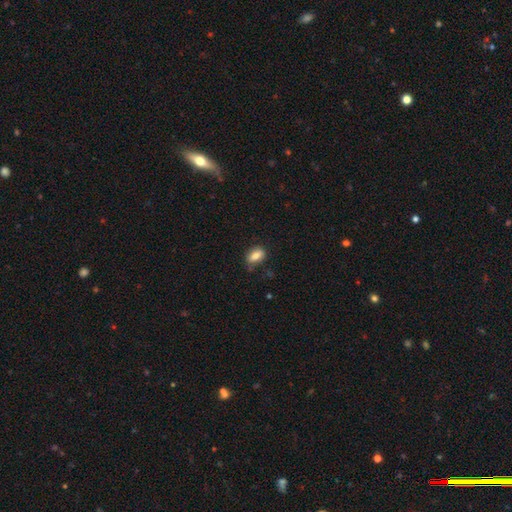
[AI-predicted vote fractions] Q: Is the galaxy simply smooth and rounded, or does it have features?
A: smooth — 80%.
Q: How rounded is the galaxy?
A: in between — 82%.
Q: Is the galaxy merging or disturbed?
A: none — 73%.